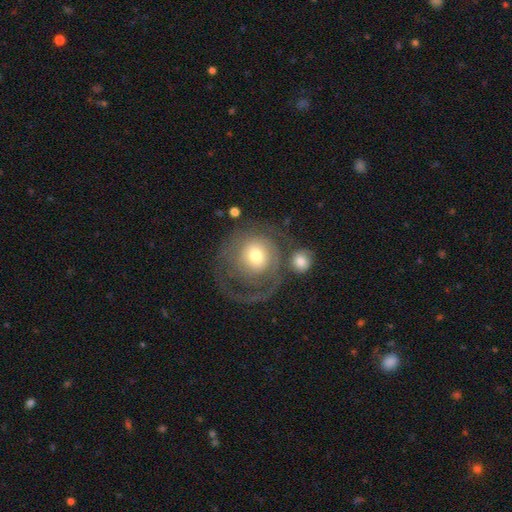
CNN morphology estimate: This is likely a featured or disk galaxy (60%). It is clearly not viewed edge-on (96%). Bar: likely no (73%). Spiral arm pattern: likely yes (71%). Central bulge: likely moderate (61%). Merging: marginally none (40%).